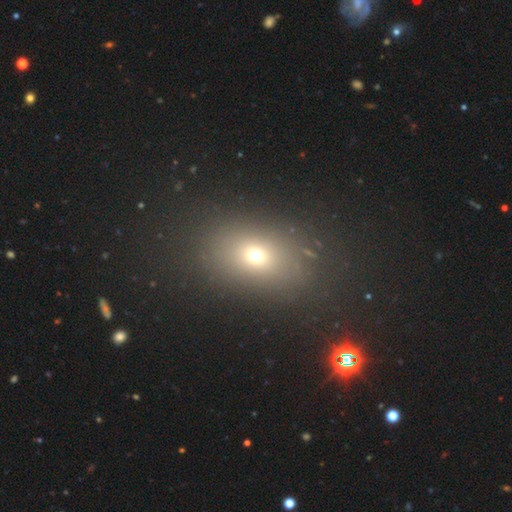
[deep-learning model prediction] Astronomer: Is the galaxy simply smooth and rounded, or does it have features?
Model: smooth — 64%.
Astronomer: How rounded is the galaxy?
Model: in between — 63%.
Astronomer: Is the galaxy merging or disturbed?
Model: none — 82%.